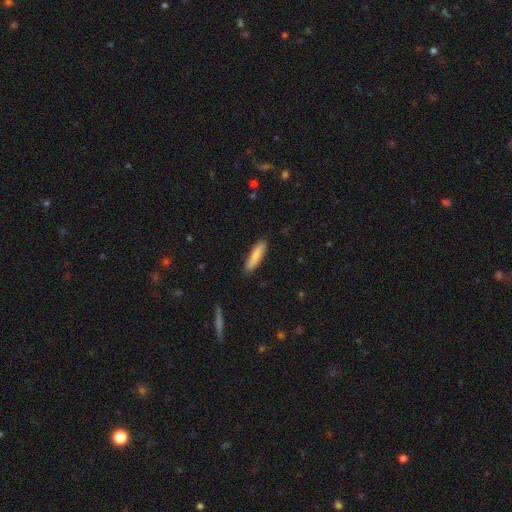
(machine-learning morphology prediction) Smooth or featured? Predicted: smooth (p=0.82). How rounded? Predicted: cigar-shaped (p=0.77). Merging? Predicted: none (p=0.88).